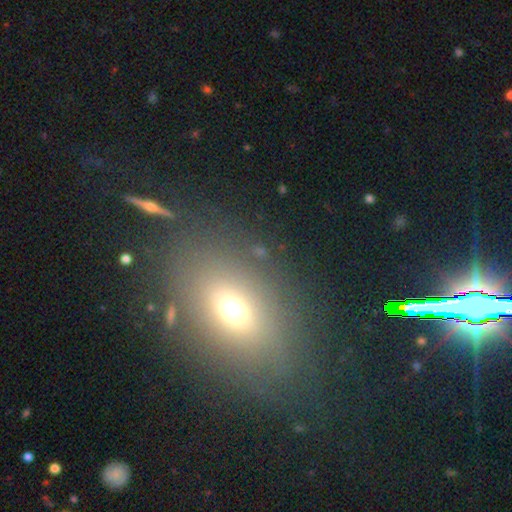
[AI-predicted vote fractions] Q: Smooth or featured?
A: smooth (58%); runner-up: star or artifact (26%)
Q: How rounded?
A: in between (64%); runner-up: round (32%)
Q: Merging?
A: none (80%); runner-up: minor disturbance (10%)